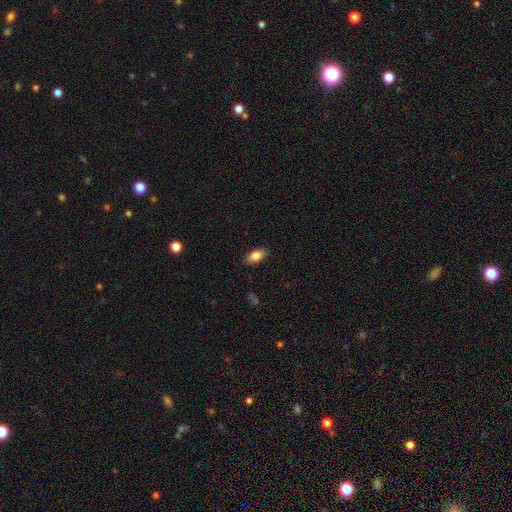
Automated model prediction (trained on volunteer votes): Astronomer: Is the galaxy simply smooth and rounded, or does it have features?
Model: smooth — 85%.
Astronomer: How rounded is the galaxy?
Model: in between — 91%.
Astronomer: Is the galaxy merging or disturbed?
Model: none — 88%.